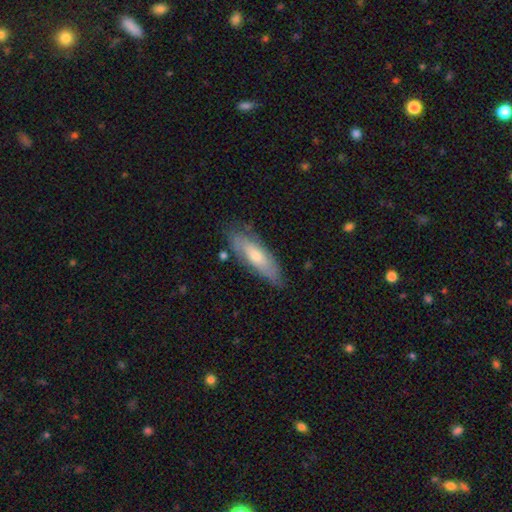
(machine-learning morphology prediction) Smooth or featured: smooth — 52% (featured or disk — 42%)
How rounded: in between — 51% (cigar-shaped — 48%)
Merging: none — 74% (minor disturbance — 19%)